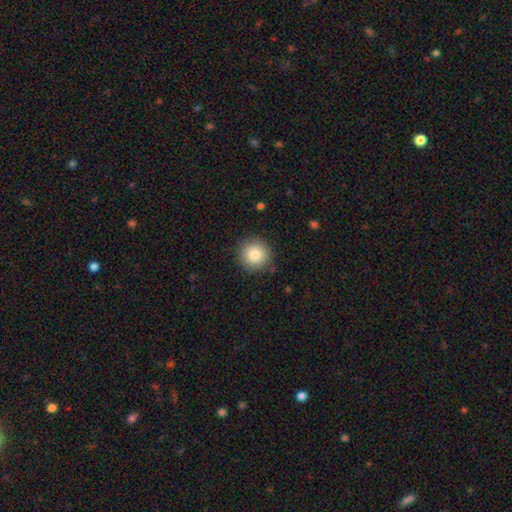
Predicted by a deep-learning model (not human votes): Overall: smooth (85%). How rounded: round (95%). Merging: none (89%).